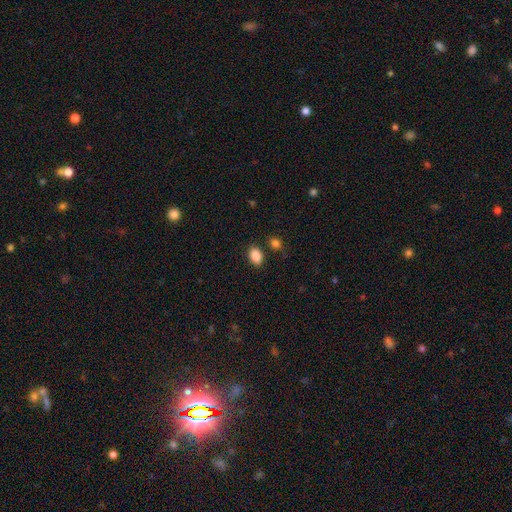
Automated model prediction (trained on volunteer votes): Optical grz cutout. It shows a smooth galaxy with no disk features (88%) that is in between round and cigar-shaped (82%). Merging: none (81%).